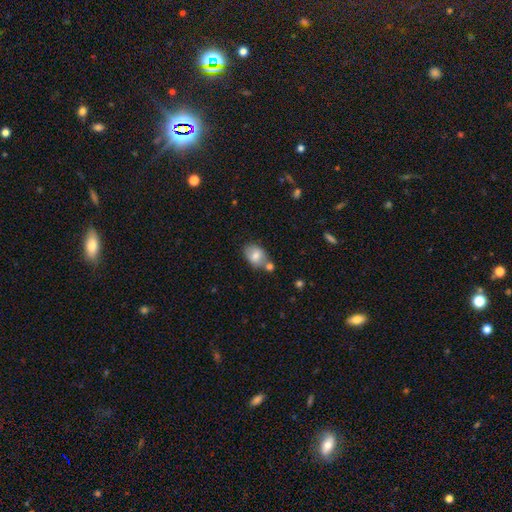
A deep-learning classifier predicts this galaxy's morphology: A smooth galaxy with no disk features (76%) that is in between round and cigar-shaped (77%).

Vote fractions:
- Smooth or featured? smooth: 76% / featured or disk: 16% / star or artifact: 8%
- How rounded? in between: 77% / round: 21% / cigar-shaped: 1%
- Merging? none: 57% / merger: 22% / minor disturbance: 17% / major disturbance: 4%